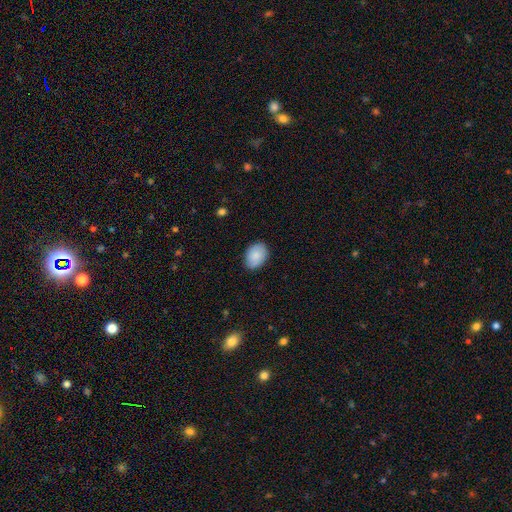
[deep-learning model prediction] The model was most divided on "how rounded": in between: 76%, round: 23%, cigar-shaped: 1%. More confident: smooth or featured — smooth (87%); merging — none (84%).